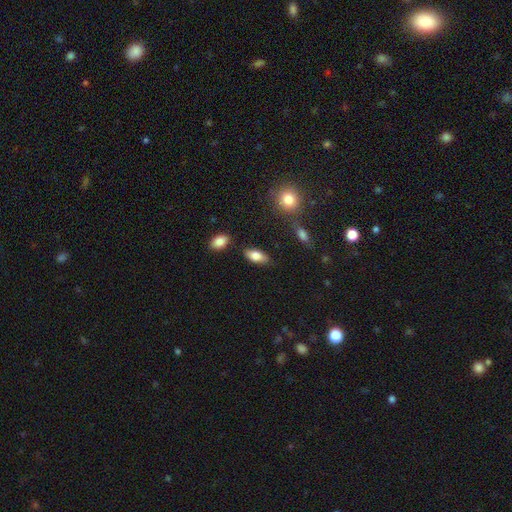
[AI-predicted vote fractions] The model was most divided on "merging": none: 79%, minor disturbance: 14%, merger: 4%, major disturbance: 3%. More confident: how rounded — in between (87%); smooth or featured — smooth (80%).